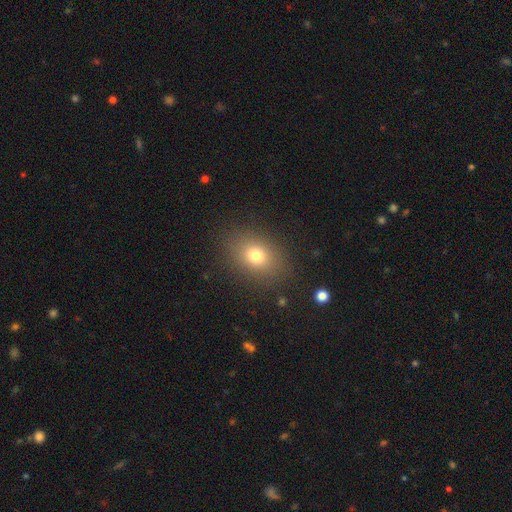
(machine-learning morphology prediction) A smooth galaxy with no disk features (75%) that is in between round and cigar-shaped (62%).

Vote fractions:
- Smooth or featured? smooth: 75% / star or artifact: 14% / featured or disk: 11%
- How rounded? in between: 62% / round: 36% / cigar-shaped: 1%
- Merging? none: 85% / minor disturbance: 9% / major disturbance: 4% / merger: 1%